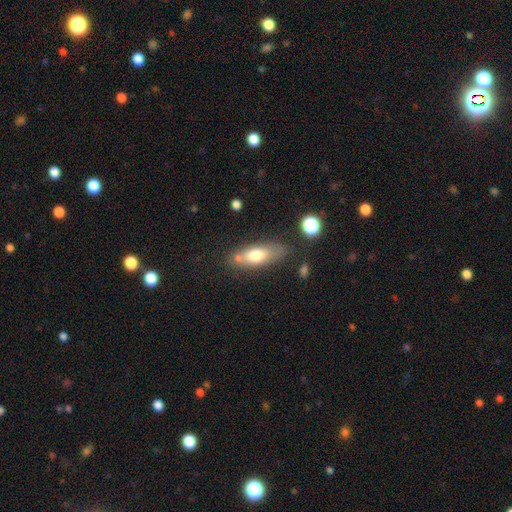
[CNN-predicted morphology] Smooth or featured?
  - smooth: 67% *
  - featured or disk: 25%
  - star or artifact: 8%
How rounded?
  - in between: 66% *
  - cigar-shaped: 30%
  - round: 4%
Merging?
  - none: 66% *
  - minor disturbance: 18%
  - merger: 11%
  - major disturbance: 6%